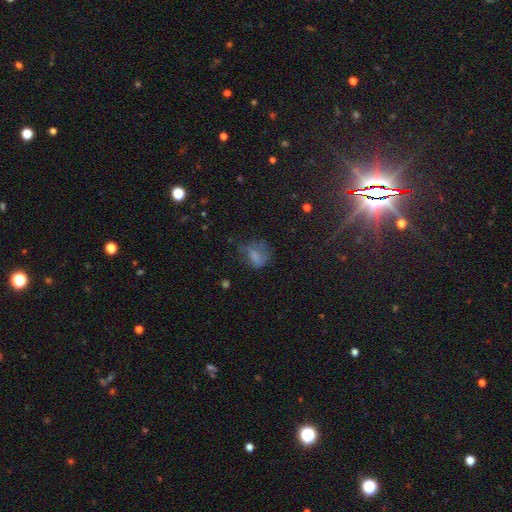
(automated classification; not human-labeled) Smooth or featured: smooth — 63% (featured or disk — 19%)
How rounded: in between — 53% (round — 45%)
Merging: none — 42% (major disturbance — 28%)